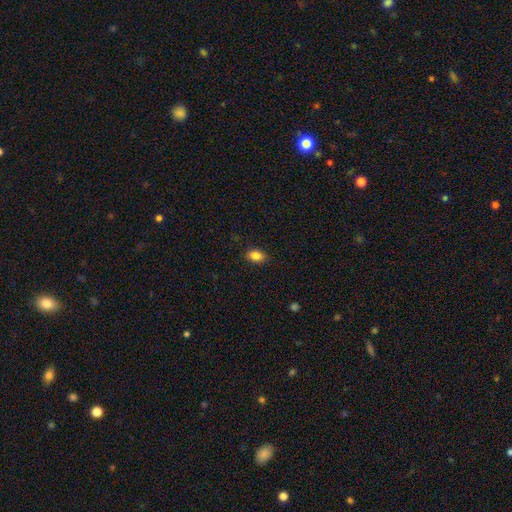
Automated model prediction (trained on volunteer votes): This appears to be a smooth galaxy with no disk features (86%) that is in between round and cigar-shaped (82%). Merging: none (85%).